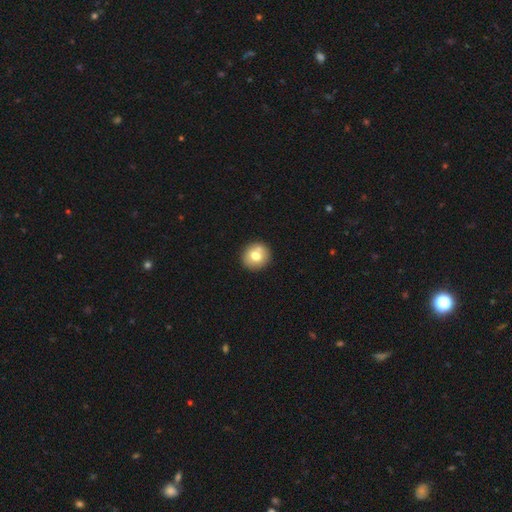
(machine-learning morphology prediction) Smooth or featured? smooth (71%)
How rounded? round (90%)
Merging? none (81%)